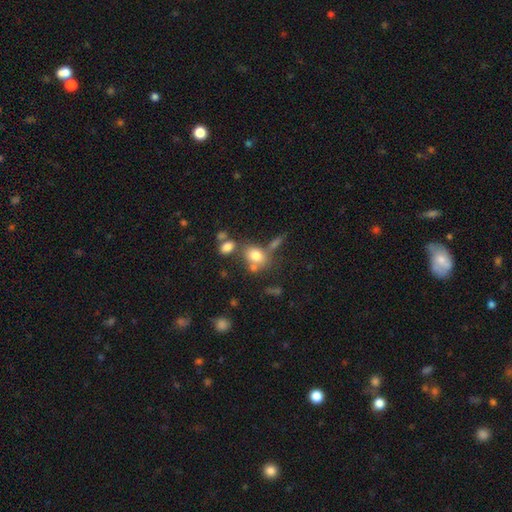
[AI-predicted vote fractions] A smooth galaxy with no disk features (75%) that is in between round and cigar-shaped (64%).

Vote fractions:
- Smooth or featured? smooth: 75% / featured or disk: 13% / star or artifact: 11%
- How rounded? in between: 64% / round: 34% / cigar-shaped: 2%
- Merging? none: 51% / merger: 26% / minor disturbance: 15% / major disturbance: 8%